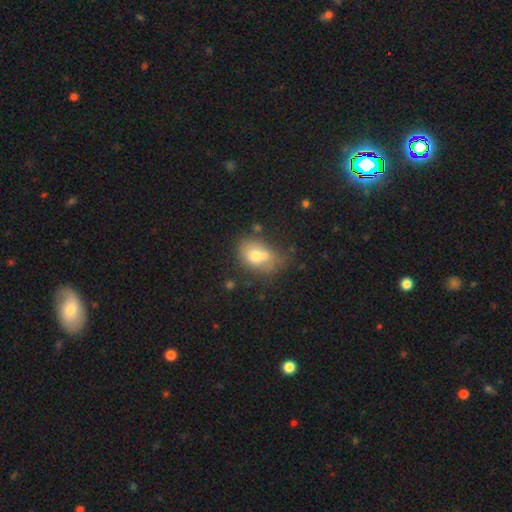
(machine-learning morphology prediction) Overall: smooth (64%; featured or disk 26%). How rounded: in between (63%; round 36%). Merging: merger (51%; none 26%).